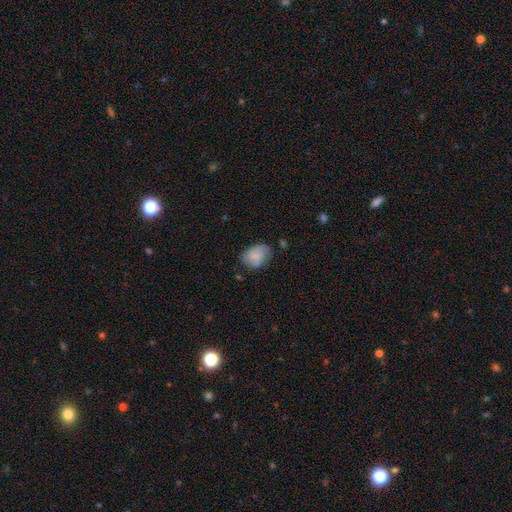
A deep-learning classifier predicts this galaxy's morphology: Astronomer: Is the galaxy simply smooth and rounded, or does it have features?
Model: smooth — 72%.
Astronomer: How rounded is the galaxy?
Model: in between — 72%.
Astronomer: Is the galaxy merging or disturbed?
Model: none — 55% (runner-up: minor disturbance, 31%).